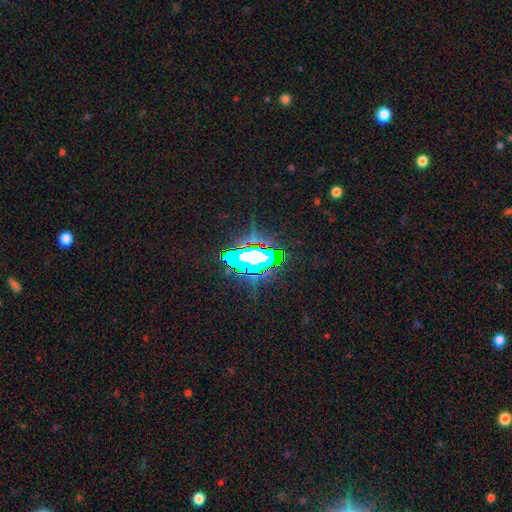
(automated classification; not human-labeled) Smooth or featured? star or artifact (56%)